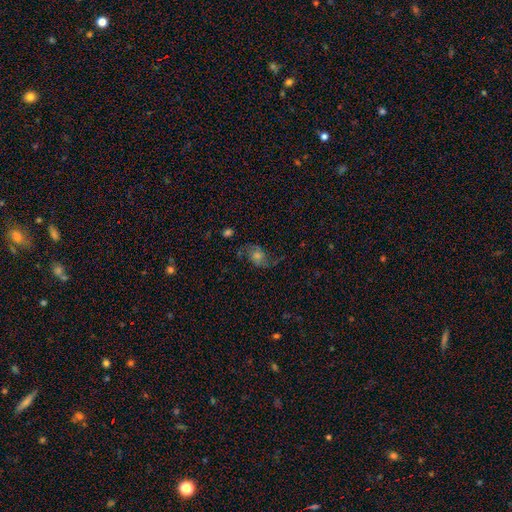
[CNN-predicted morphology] This appears to be a featured or disk galaxy (60%) with no bar (68%), 2 (85%) loose (45%) spiral arms (91%) and a moderate central bulge (52%). Merging: none (70%).